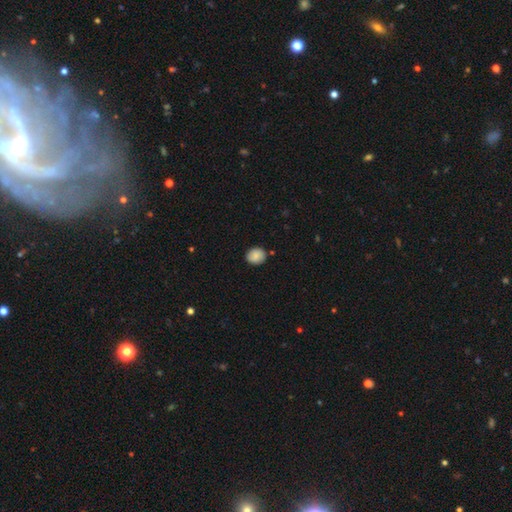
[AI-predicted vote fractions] smooth_or_featured: smooth (p=0.83) [alt: featured or disk p=0.09]
how_rounded: round (p=0.70) [alt: in between p=0.29]
merging: none (p=0.85) [alt: minor disturbance p=0.11]